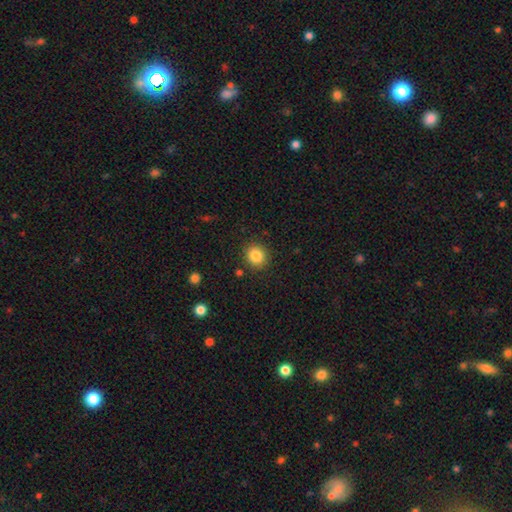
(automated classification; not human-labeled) Q: Smooth or featured?
A: smooth (84%); runner-up: star or artifact (11%)
Q: How rounded?
A: round (89%); runner-up: in between (10%)
Q: Merging?
A: none (89%); runner-up: minor disturbance (7%)